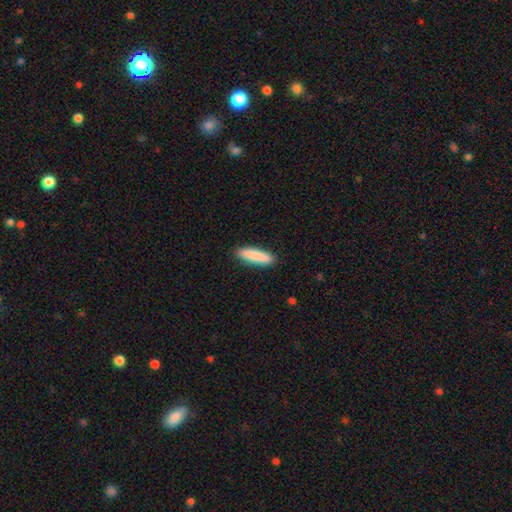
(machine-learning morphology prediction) This is clearly a smooth galaxy (87%). How rounded: likely cigar-shaped (74%). Merging: clearly none (88%).